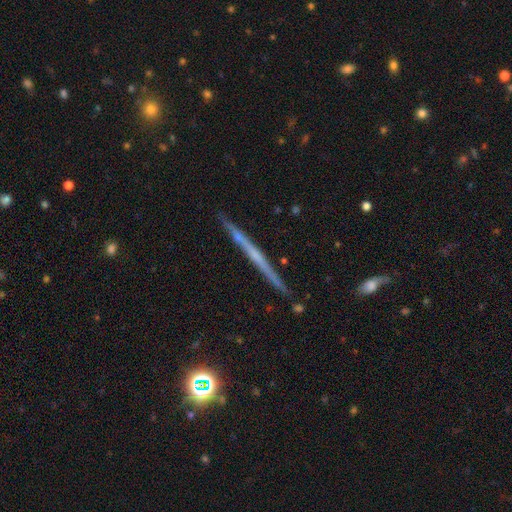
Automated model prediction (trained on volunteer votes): A featured or disk galaxy (68%) viewed edge-on (98%) with no central bulge (76%). Merging: none (90%).